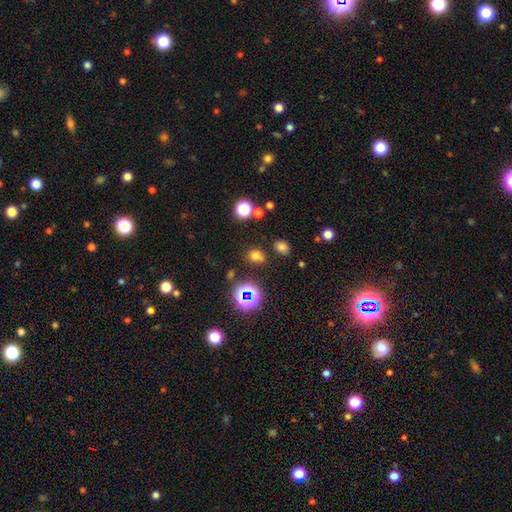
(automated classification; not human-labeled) Morphology: type=smooth (65%); roundness=round (57%); merging=none (76%).